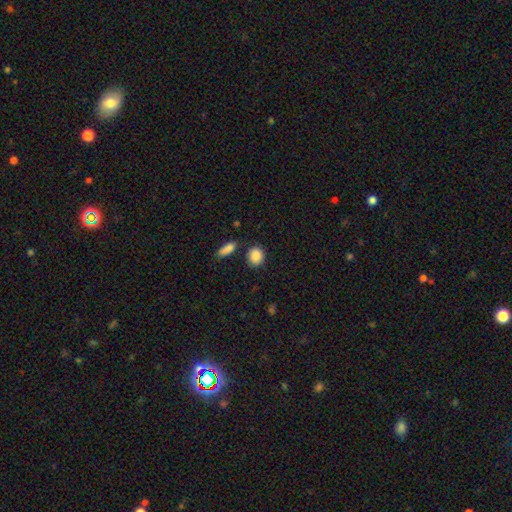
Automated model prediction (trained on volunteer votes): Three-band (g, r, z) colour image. It shows a smooth galaxy with no disk features (89%) that is round (65%). Merging: none (80%).